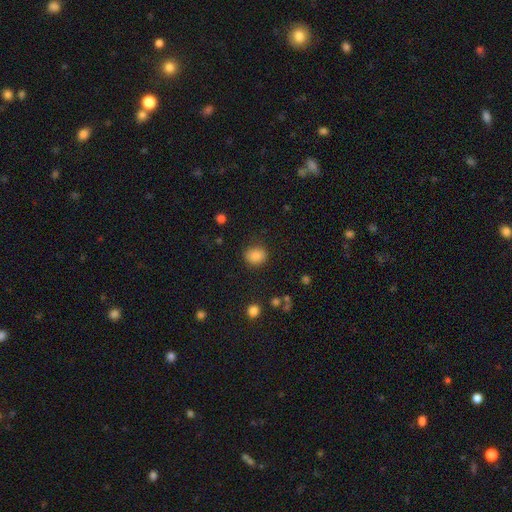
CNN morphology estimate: A smooth galaxy with no disk features (84%) that is round (70%).

Vote fractions:
- Smooth or featured? smooth: 84% / star or artifact: 10% / featured or disk: 6%
- How rounded? round: 70% / in between: 29% / cigar-shaped: 1%
- Merging? none: 85% / minor disturbance: 10% / major disturbance: 3% / merger: 1%